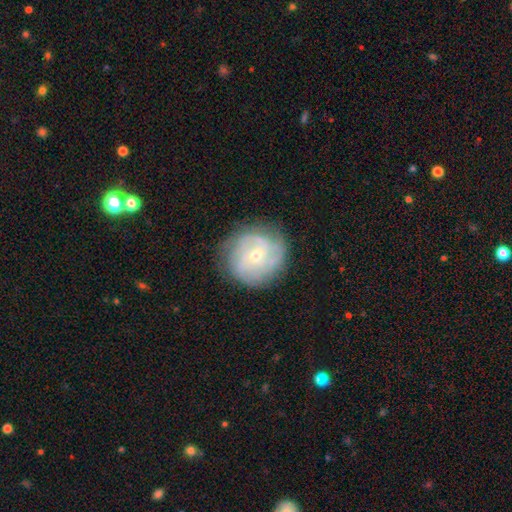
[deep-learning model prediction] Smooth or featured: featured or disk — 75% (smooth — 17%)
Edge-on disk: no — 97% (yes — 3%)
Bar: no — 63% (weak — 31%)
Spiral arms: yes — 91% (no — 9%)
Spiral winding: tight — 62% (medium — 29%)
Spiral arm count: can't tell — 37% (3 — 20%)
Bulge size: small — 70% (moderate — 27%)
Merging: none — 79% (minor disturbance — 14%)